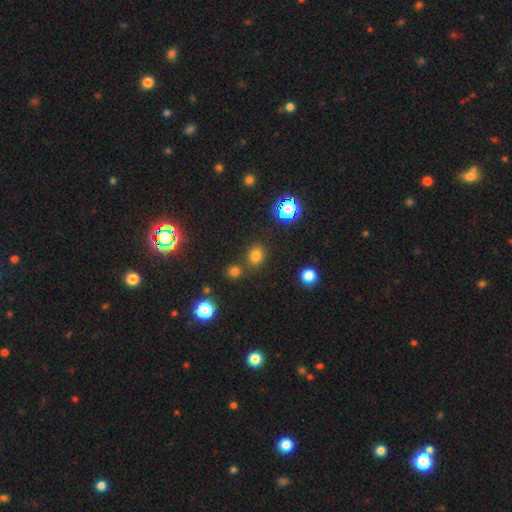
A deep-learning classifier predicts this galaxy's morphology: Overall: smooth (74%). How rounded: round (68%; in between 31%). Merging: none (77%).